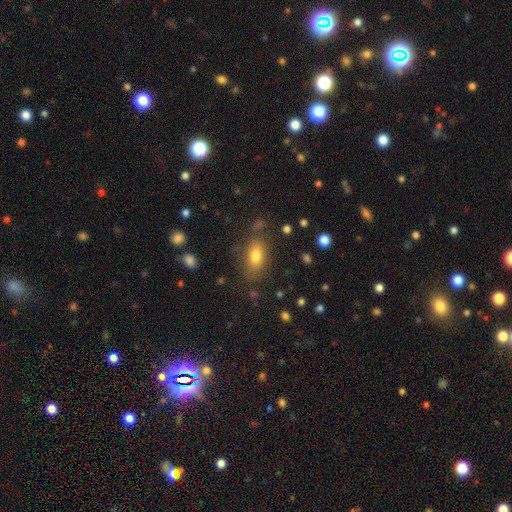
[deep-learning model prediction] Morphology: type=smooth (76%); roundness=in between (86%); merging=none (76%).